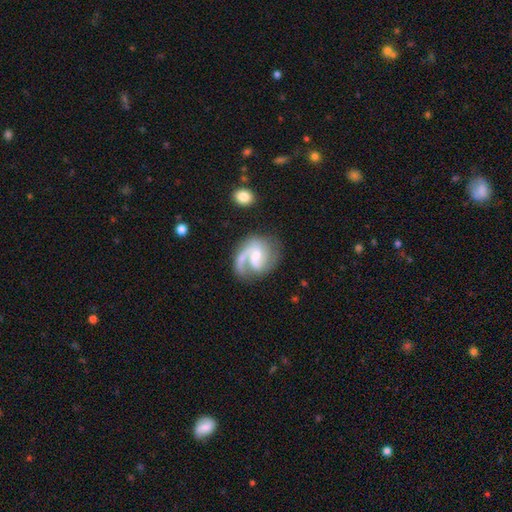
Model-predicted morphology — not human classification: smooth_or_featured: featured or disk (p=0.84) [alt: smooth p=0.11]
disk_edge_on: no (p=0.98) [alt: yes p=0.02]
bar: weak (p=0.48) [alt: no p=0.37]
has_spiral_arms: yes (p=0.96) [alt: no p=0.04]
spiral_winding: medium (p=0.49) [alt: tight p=0.30]
spiral_arm_count: 2 (p=0.42) [alt: 1 p=0.38]
bulge_size: moderate (p=0.38) [alt: small p=0.35]
merging: none (p=0.59) [alt: minor disturbance p=0.18]